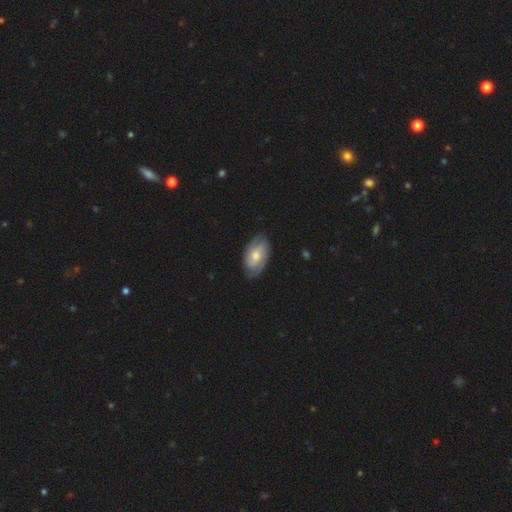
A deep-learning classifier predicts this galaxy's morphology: The model was most divided on "spiral winding": tight: 48%, medium: 38%, loose: 14%. More confident: edge-on disk — no (95%); spiral arms — yes (89%); merging — none (79%); spiral arm count — 2 (66%); smooth or featured — featured or disk (60%); bulge size — moderate (58%); bar — no (57%).